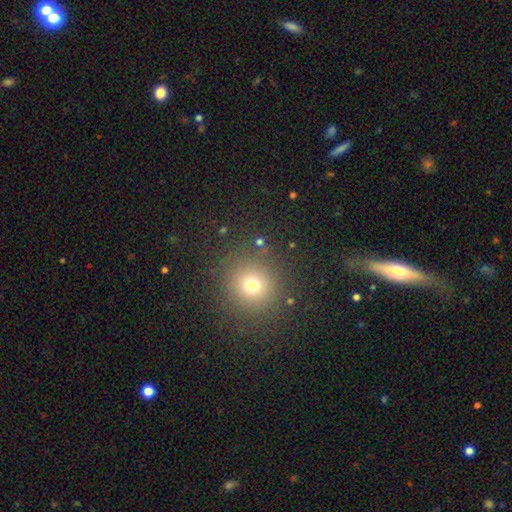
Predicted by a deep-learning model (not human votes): This is likely a smooth galaxy (61%). How rounded: clearly round (92%). Merging: clearly none (89%).